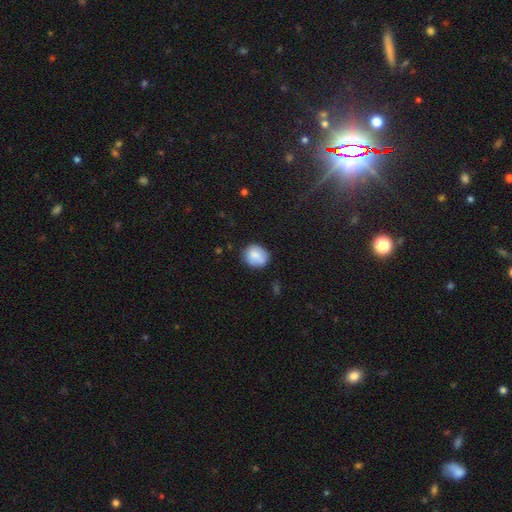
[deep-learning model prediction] This is clearly a smooth galaxy (82%). How rounded: likely round (70%). Merging: likely none (77%).